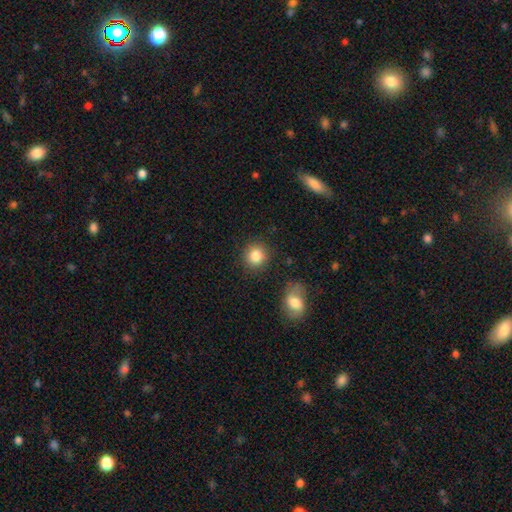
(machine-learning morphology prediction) The model was most divided on "smooth or featured": smooth: 85%, star or artifact: 9%, featured or disk: 6%. More confident: how rounded — round (88%); merging — none (86%).